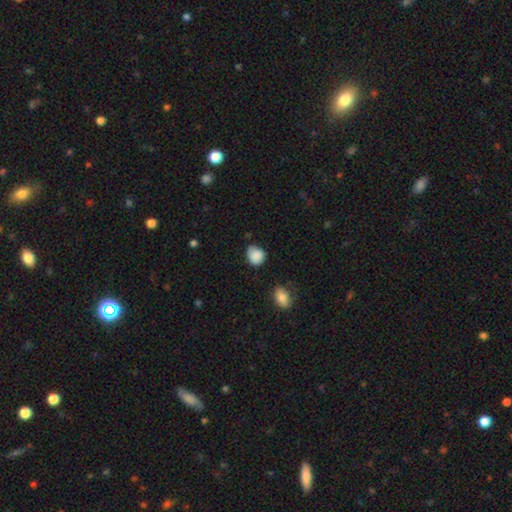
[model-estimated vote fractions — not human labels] Q: Smooth or featured?
A: smooth (87%); runner-up: star or artifact (8%)
Q: How rounded?
A: round (69%); runner-up: in between (30%)
Q: Merging?
A: none (65%); runner-up: minor disturbance (28%)